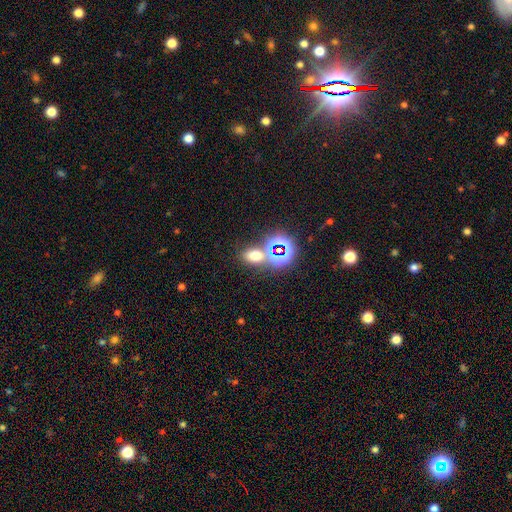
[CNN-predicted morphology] This appears to be a smooth galaxy with no disk features (57%) that is in between round and cigar-shaped (70%). Merging: none (63%).